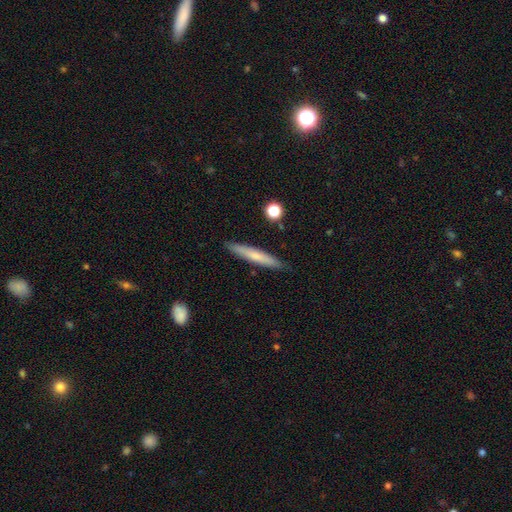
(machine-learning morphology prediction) Smooth or featured? smooth (62%)
How rounded? cigar-shaped (94%)
Merging? none (89%)